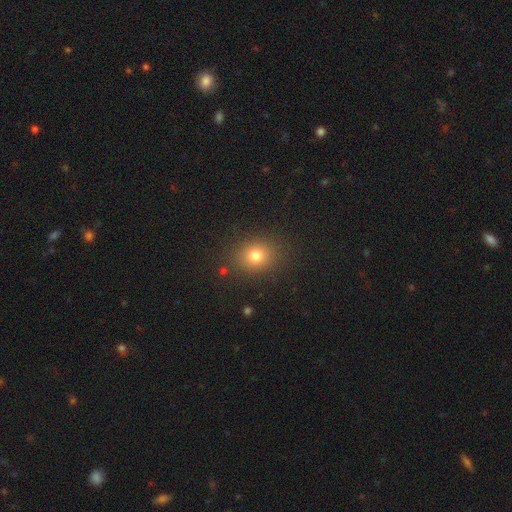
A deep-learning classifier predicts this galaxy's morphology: The model was most divided on "how rounded": round: 66%, in between: 33%, cigar-shaped: 1%. More confident: merging — none (87%); smooth or featured — smooth (77%).